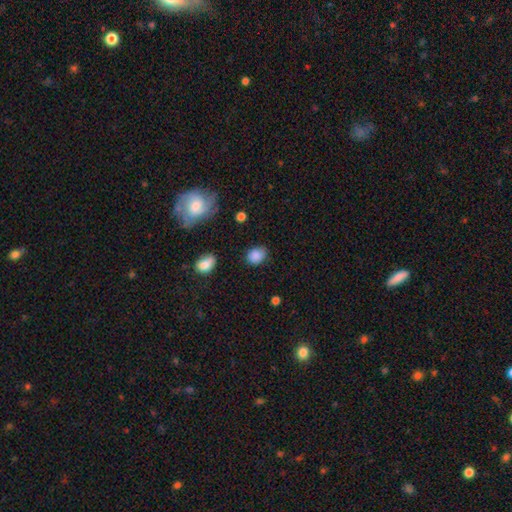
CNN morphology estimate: Smooth or featured: smooth — 86% (star or artifact — 9%)
How rounded: in between — 52% (round — 47%)
Merging: none — 76% (minor disturbance — 18%)